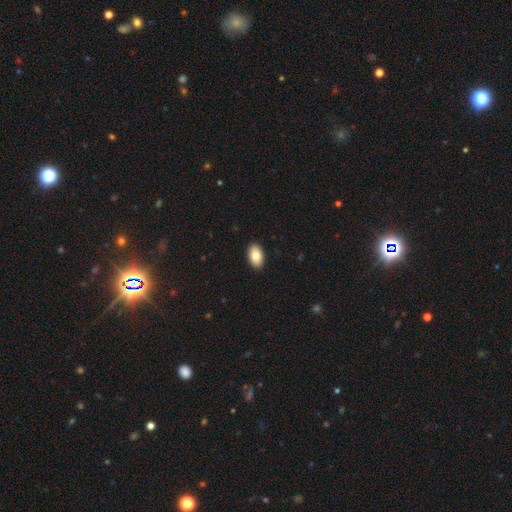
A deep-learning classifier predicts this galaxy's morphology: Q: Smooth or featured?
A: smooth (82%); runner-up: featured or disk (11%)
Q: How rounded?
A: in between (94%); runner-up: round (5%)
Q: Merging?
A: none (91%); runner-up: minor disturbance (7%)